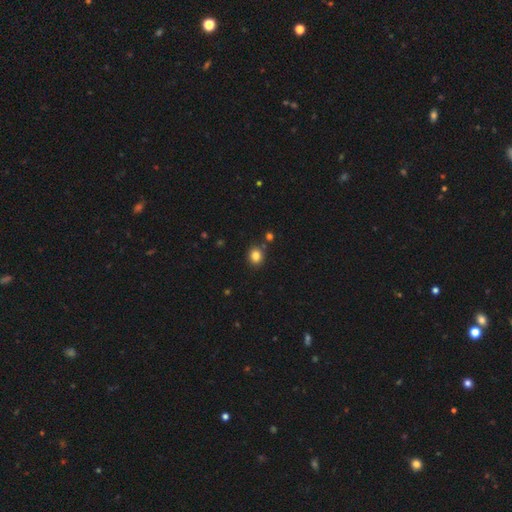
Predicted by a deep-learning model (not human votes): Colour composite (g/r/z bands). It shows a smooth galaxy with no disk features (83%) that is round (72%). Merging: none (82%).